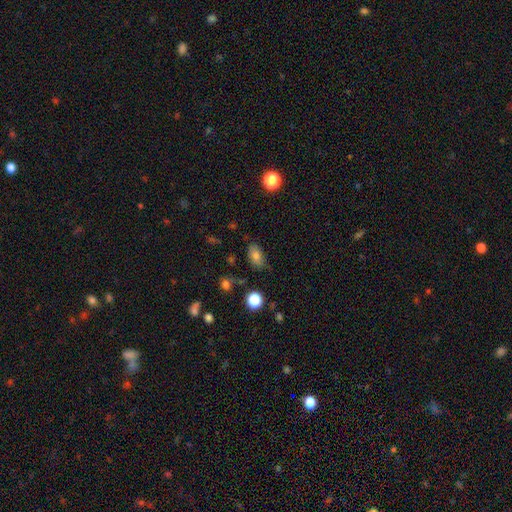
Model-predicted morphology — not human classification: smooth 78%, star or artifact 12%, featured or disk 10%. Down the decision tree: how rounded — in between (87%); merging — none (71%).